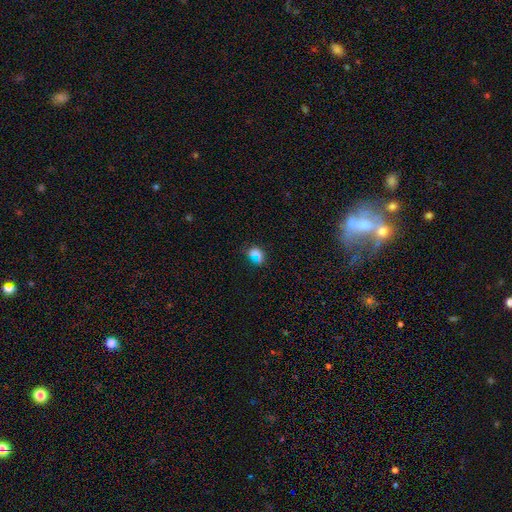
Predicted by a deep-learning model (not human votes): Smooth or featured? smooth (60%)
How rounded? round (55%)
Merging? none (58%)